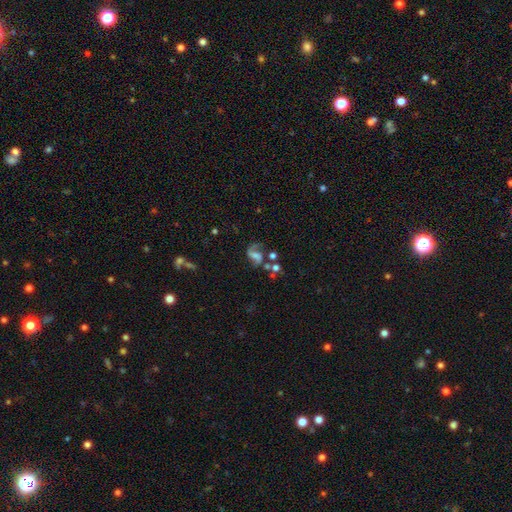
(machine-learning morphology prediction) A featured or disk galaxy (72%) with a weak bar (43%), 2 (79%) loose (55%) spiral arms (90%) and no central bulge (34%). Merging: none (42%).